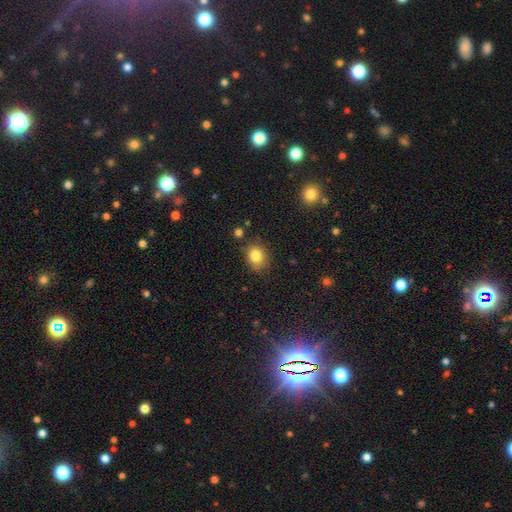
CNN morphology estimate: A smooth galaxy with no disk features (82%) that is round (63%).

Vote fractions:
- Smooth or featured? smooth: 82% / star or artifact: 11% / featured or disk: 7%
- How rounded? round: 63% / in between: 36% / cigar-shaped: 1%
- Merging? none: 79% / minor disturbance: 14% / major disturbance: 3% / merger: 3%